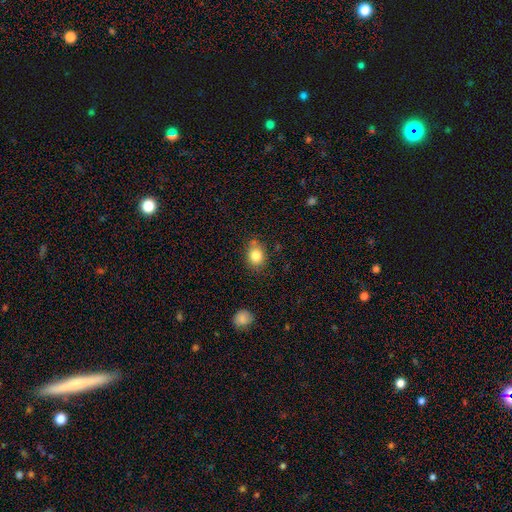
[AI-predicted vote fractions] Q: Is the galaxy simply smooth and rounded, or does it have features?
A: smooth — 84%.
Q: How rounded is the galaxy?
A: in between — 51%.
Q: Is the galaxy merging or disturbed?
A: none — 73%.